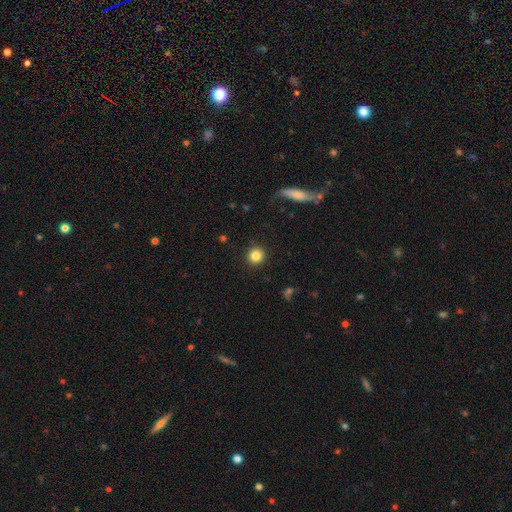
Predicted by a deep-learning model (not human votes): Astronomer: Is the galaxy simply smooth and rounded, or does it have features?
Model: smooth — 84%.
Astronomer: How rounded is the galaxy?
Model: round — 94%.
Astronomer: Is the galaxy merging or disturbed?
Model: none — 92%.